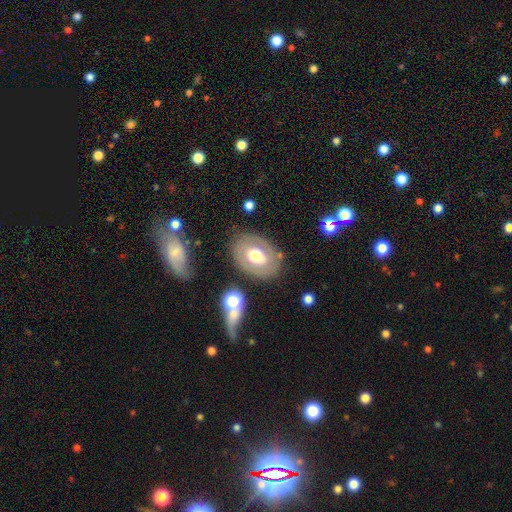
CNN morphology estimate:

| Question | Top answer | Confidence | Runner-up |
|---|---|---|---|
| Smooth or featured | smooth | 52% | featured or disk (40%) |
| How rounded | in between | 71% | round (28%) |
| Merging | none | 79% | minor disturbance (13%) |